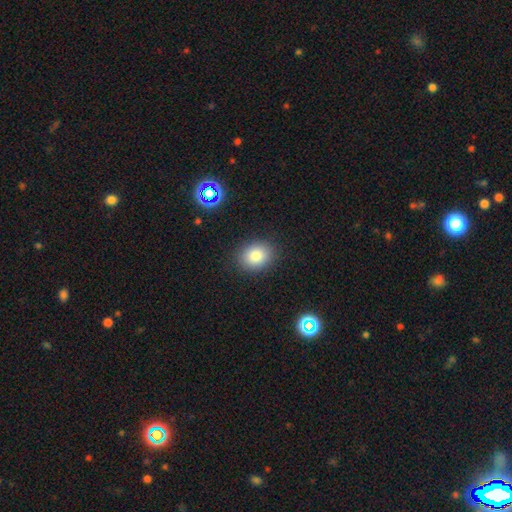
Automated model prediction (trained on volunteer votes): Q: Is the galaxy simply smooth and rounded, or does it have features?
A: smooth — 84%.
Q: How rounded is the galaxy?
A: in between — 50%.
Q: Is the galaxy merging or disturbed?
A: none — 87%.